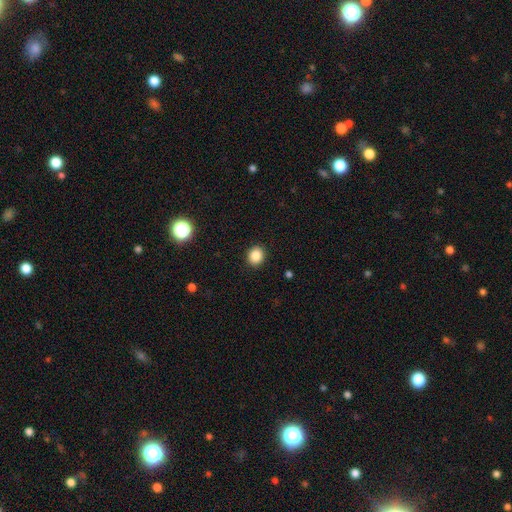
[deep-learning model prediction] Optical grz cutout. It shows a smooth galaxy with no disk features (86%) that is round (73%). Merging: none (91%).